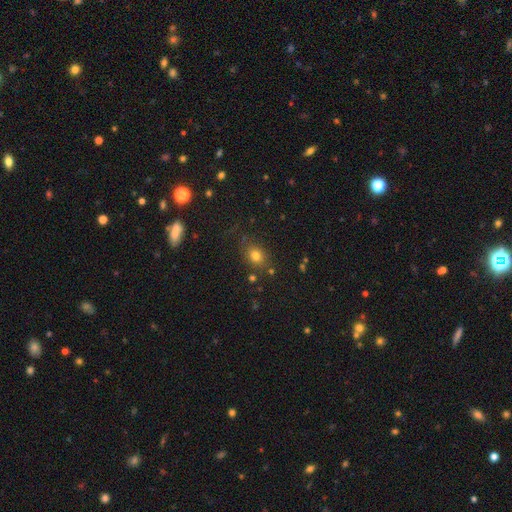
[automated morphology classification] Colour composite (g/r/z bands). It shows a smooth galaxy with no disk features (75%) that is in between round and cigar-shaped (51%). Merging: none (77%).